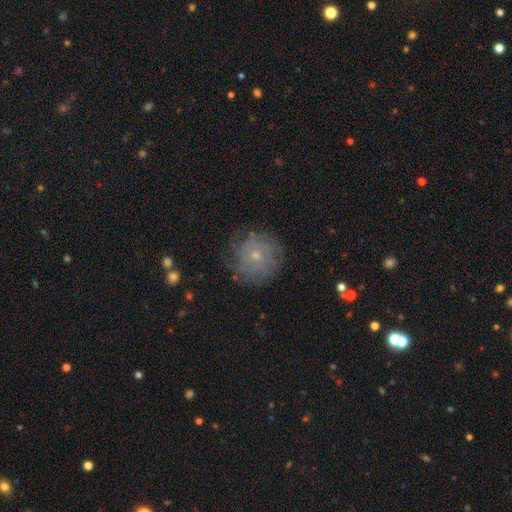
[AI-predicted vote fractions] Smooth or featured?
  - smooth: 46% *
  - featured or disk: 42%
  - star or artifact: 12%
Merging?
  - none: 73% *
  - minor disturbance: 17%
  - major disturbance: 8%
  - merger: 1%